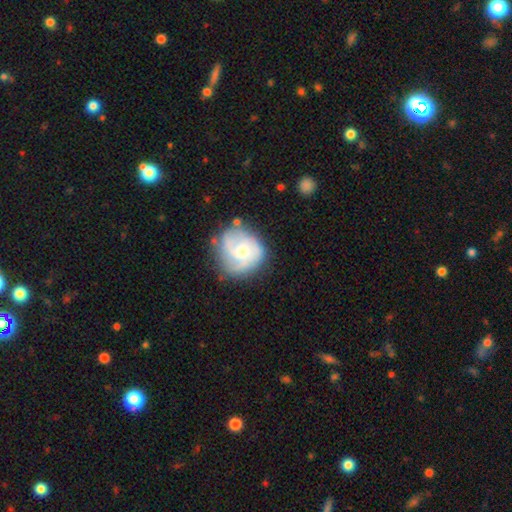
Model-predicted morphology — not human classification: A featured or disk galaxy (64%) with no bar (64%), 2 (35%) tight (55%) spiral arms (83%) and a moderate central bulge (59%).

Vote fractions:
- Smooth or featured? featured or disk: 64% / smooth: 27% / star or artifact: 9%
- Edge-on disk? no: 97% / yes: 3%
- Bar? no: 64% / weak: 30% / strong: 7%
- Spiral arms? yes: 83% / no: 17%
- Spiral winding? tight: 55% / medium: 33% / loose: 13%
- Spiral arm count? 2: 35% / can't tell: 31% / 3: 20% / 1: 6% / 4: 5% / more than 4: 3%
- Bulge size? moderate: 59% / small: 34% / large: 4% / none: 2% / dominant: 1%
- Merging? none: 72% / minor disturbance: 20% / major disturbance: 7% / merger: 2%